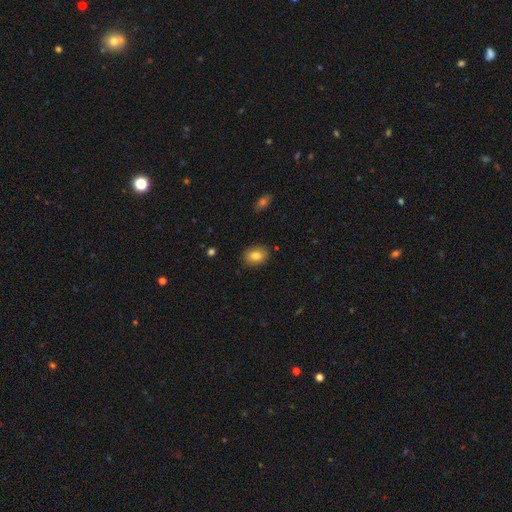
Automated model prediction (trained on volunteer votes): The model was most divided on "how rounded": in between: 73%, round: 26%, cigar-shaped: 1%. More confident: merging — none (88%); smooth or featured — smooth (82%).